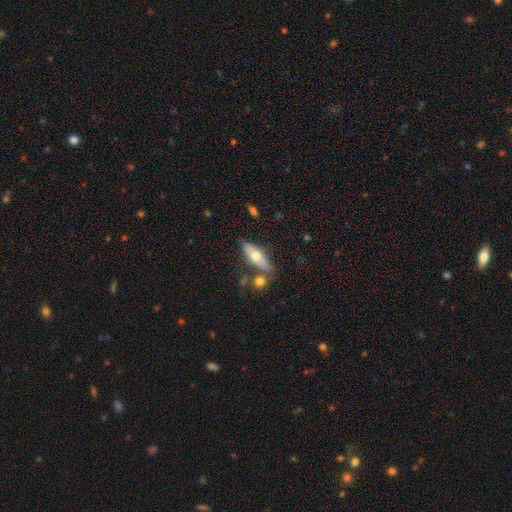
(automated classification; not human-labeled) Overall: smooth (60%; featured or disk 33%). How rounded: in between (61%; cigar-shaped 37%). Merging: none (69%).